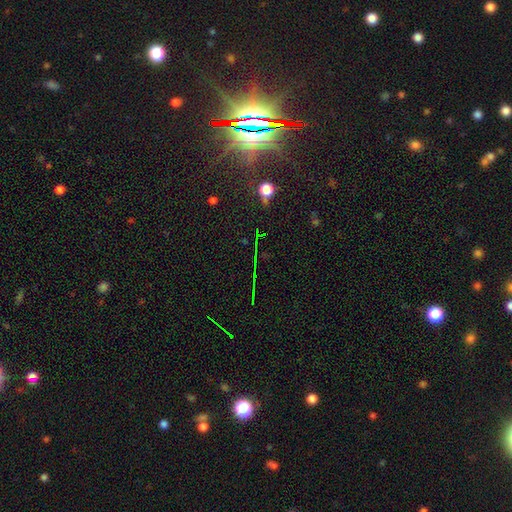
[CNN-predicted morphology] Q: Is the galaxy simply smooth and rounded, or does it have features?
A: star or artifact — 77%.